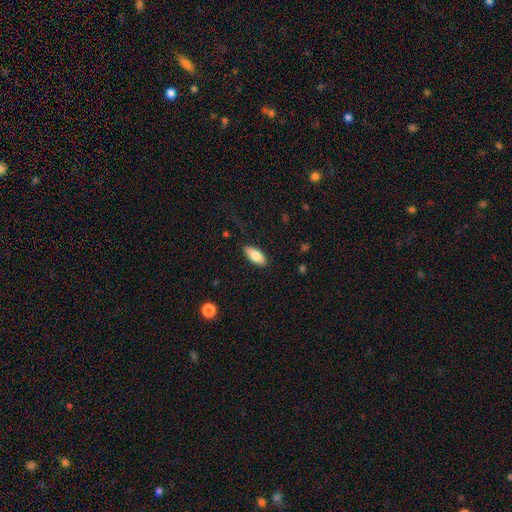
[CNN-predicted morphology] smooth_or_featured: smooth (p=0.78) [alt: featured or disk p=0.15]
how_rounded: in between (p=0.83) [alt: cigar-shaped p=0.15]
merging: none (p=0.86) [alt: minor disturbance p=0.10]